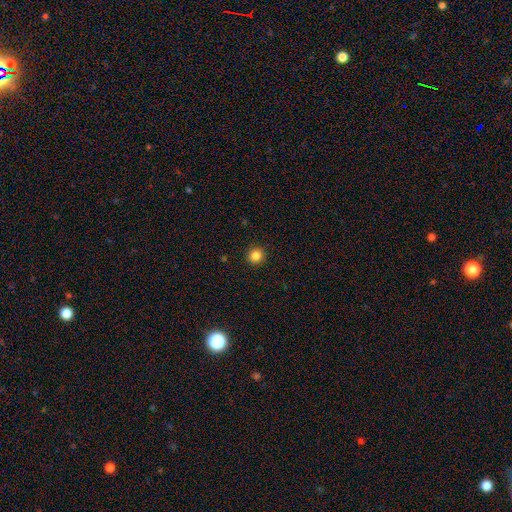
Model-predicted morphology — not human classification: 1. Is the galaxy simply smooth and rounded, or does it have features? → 85% smooth, 11% star or artifact, 4% featured or disk.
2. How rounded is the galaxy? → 94% round, 5% in between, 1% cigar-shaped.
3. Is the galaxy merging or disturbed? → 93% none, 5% minor disturbance, 2% major disturbance, 1% merger.